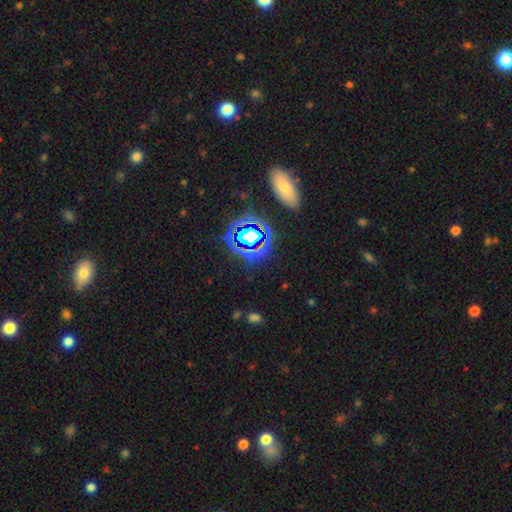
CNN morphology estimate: Smooth or featured?
  - star or artifact: 55% *
  - smooth: 33%
  - featured or disk: 11%